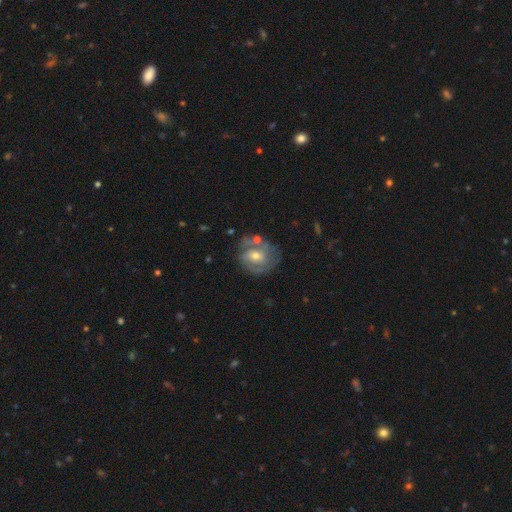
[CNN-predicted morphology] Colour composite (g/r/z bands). It shows a featured or disk galaxy (71%) with no bar (52%), 2 (45%) tight (48%) spiral arms (78%) and a moderate central bulge (57%). Merging: none (57%).